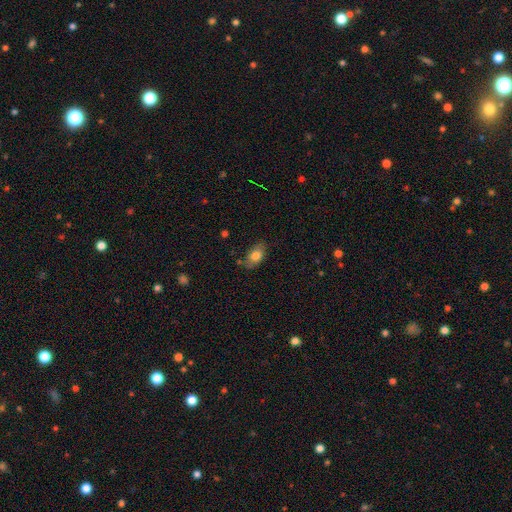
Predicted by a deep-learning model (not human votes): smooth_or_featured: smooth (p=0.80) [alt: featured or disk p=0.13]
how_rounded: in between (p=0.88) [alt: round p=0.09]
merging: none (p=0.73) [alt: minor disturbance p=0.20]